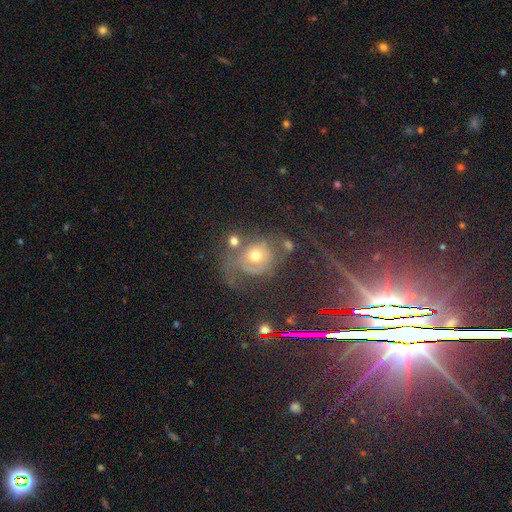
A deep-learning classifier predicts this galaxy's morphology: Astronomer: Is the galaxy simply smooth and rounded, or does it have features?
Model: featured or disk — 52% (runner-up: smooth, 32%).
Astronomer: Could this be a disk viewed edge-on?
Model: no — 96%.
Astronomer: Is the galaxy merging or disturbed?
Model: none — 37% (runner-up: major disturbance, 33%).